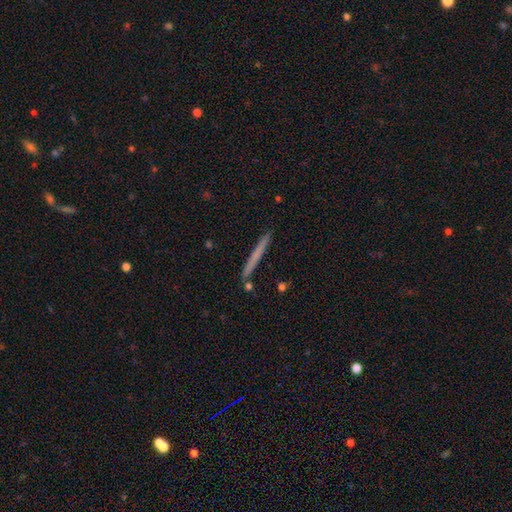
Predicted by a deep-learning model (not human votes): Smooth or featured?
  - smooth: 59% *
  - featured or disk: 35%
  - star or artifact: 6%
How rounded?
  - cigar-shaped: 97% *
  - in between: 2%
  - round: 1%
Merging?
  - none: 90% *
  - minor disturbance: 7%
  - merger: 2%
  - major disturbance: 1%